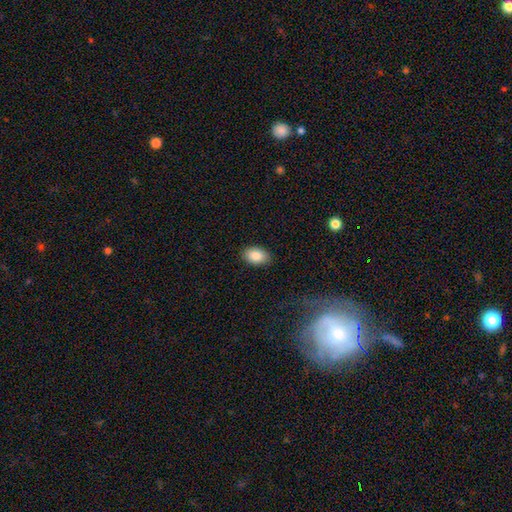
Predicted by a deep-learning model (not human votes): Smooth or featured?
  - smooth: 86% *
  - star or artifact: 7%
  - featured or disk: 7%
How rounded?
  - in between: 87% *
  - round: 11%
  - cigar-shaped: 1%
Merging?
  - none: 88% *
  - minor disturbance: 9%
  - major disturbance: 2%
  - merger: 1%